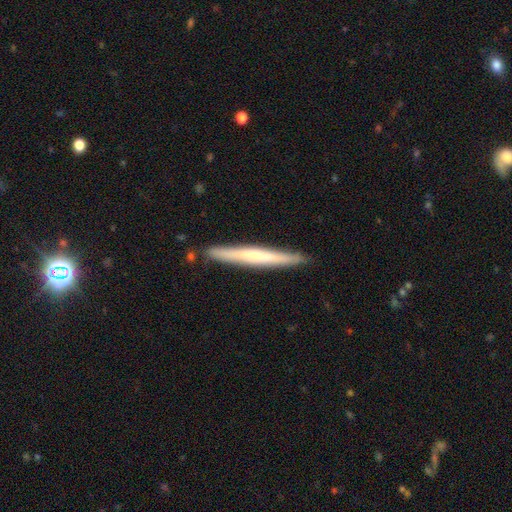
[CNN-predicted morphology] The model was most divided on "smooth or featured": smooth: 49%, featured or disk: 46%, star or artifact: 5%. More confident: merging — none (88%).